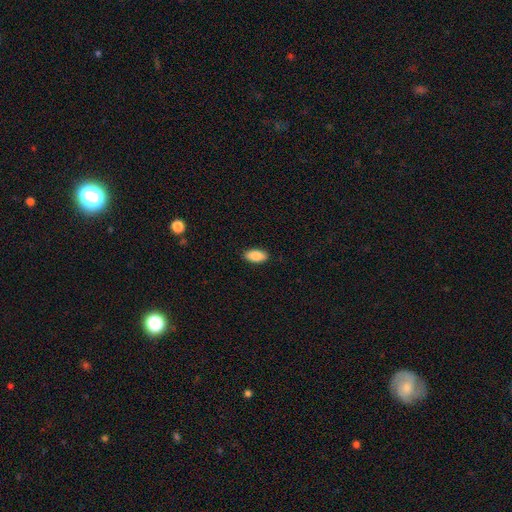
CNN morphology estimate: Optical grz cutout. It shows a smooth galaxy with no disk features (89%) that is in between round and cigar-shaped (92%). Merging: none (90%).